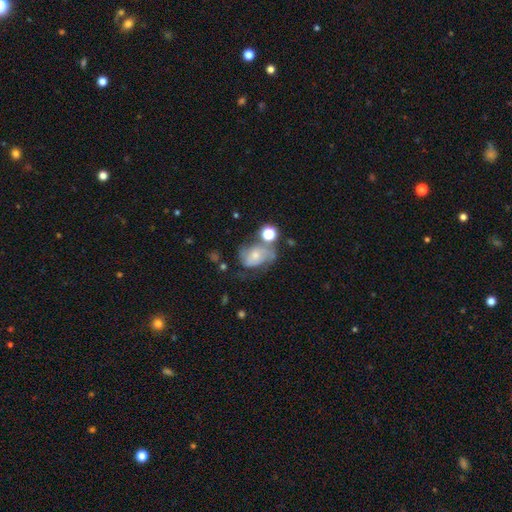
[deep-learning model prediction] This appears to be a featured or disk galaxy (50%). Merging: none (34%).